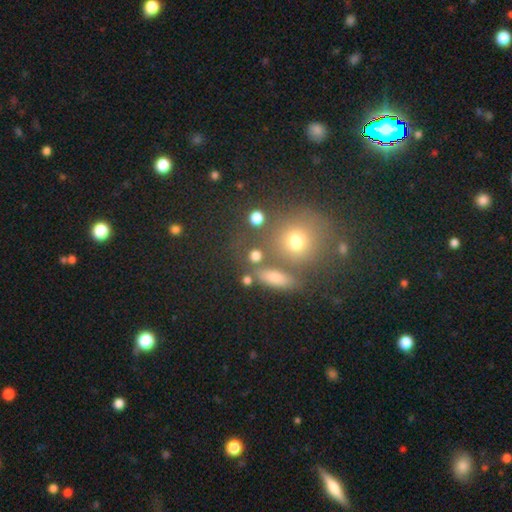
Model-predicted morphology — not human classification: A smooth galaxy with no disk features (74%) that is round (78%).

Vote fractions:
- Smooth or featured? smooth: 74% / star or artifact: 17% / featured or disk: 8%
- How rounded? round: 78% / in between: 18% / cigar-shaped: 4%
- Merging? none: 69% / merger: 15% / minor disturbance: 10% / major disturbance: 6%